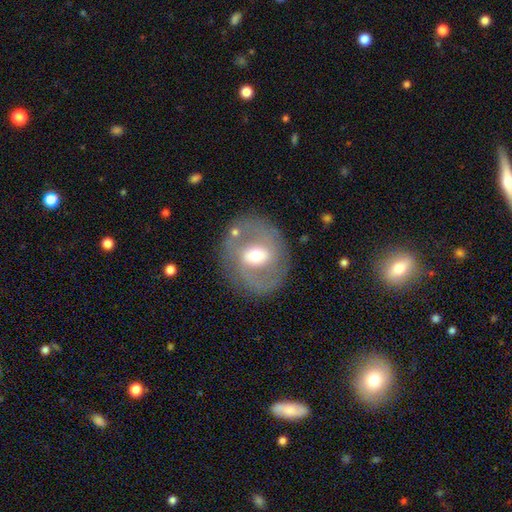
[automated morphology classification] A featured or disk galaxy (70%) with a weak bar (49%), spiral arms (71%) and a moderate central bulge (69%).

Vote fractions:
- Smooth or featured? featured or disk: 70% / smooth: 22% / star or artifact: 8%
- Edge-on disk? no: 96% / yes: 4%
- Bar? weak: 49% / strong: 26% / no: 24%
- Spiral arms? yes: 71% / no: 29%
- Bulge size? moderate: 69% / small: 16% / large: 12% / dominant: 1% / none: 1%
- Merging? none: 77% / minor disturbance: 13% / major disturbance: 7% / merger: 3%